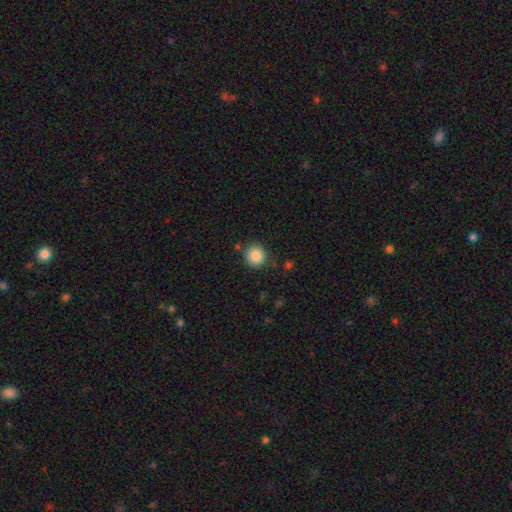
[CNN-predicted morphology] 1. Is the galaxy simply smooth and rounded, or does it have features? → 87% smooth, 9% star or artifact, 4% featured or disk.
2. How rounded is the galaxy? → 92% round, 7% in between, 1% cigar-shaped.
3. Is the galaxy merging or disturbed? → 85% none, 9% minor disturbance, 3% merger, 3% major disturbance.